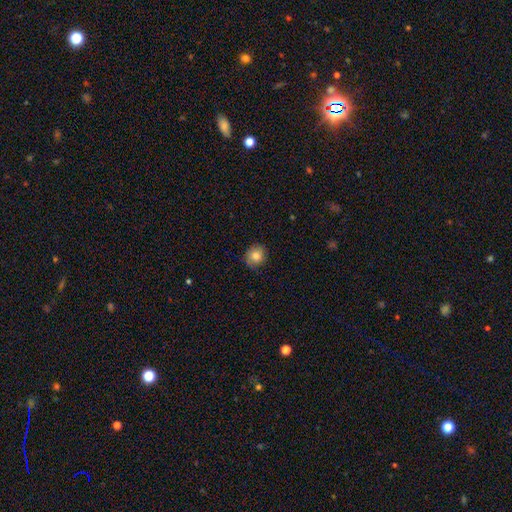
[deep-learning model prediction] Smooth or featured?
  - smooth: 80% *
  - featured or disk: 11%
  - star or artifact: 9%
How rounded?
  - round: 79% *
  - in between: 20%
  - cigar-shaped: 1%
Merging?
  - none: 80% *
  - minor disturbance: 16%
  - major disturbance: 3%
  - merger: 1%